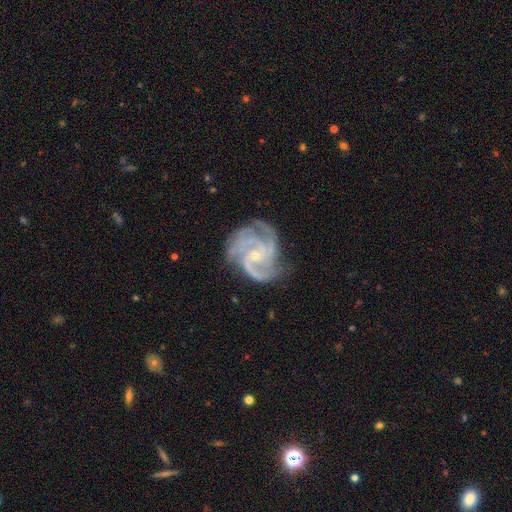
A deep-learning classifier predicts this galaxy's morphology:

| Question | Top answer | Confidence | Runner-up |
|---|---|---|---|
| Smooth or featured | featured or disk | 91% | star or artifact (5%) |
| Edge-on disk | no | 98% | yes (2%) |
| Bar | no | 66% | weak (28%) |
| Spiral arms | yes | 98% | no (2%) |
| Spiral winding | tight | 47% | medium (46%) |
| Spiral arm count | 3 | 52% | 4 (17%) |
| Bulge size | small | 74% | moderate (22%) |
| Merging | none | 68% | minor disturbance (21%) |